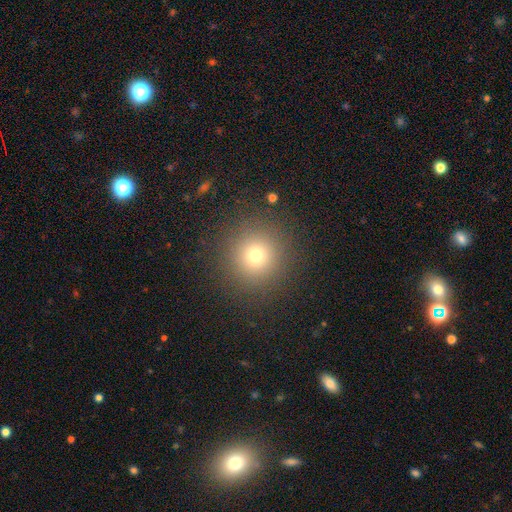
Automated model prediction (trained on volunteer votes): A smooth galaxy with no disk features (72%) that is round (95%). Merging: none (90%).